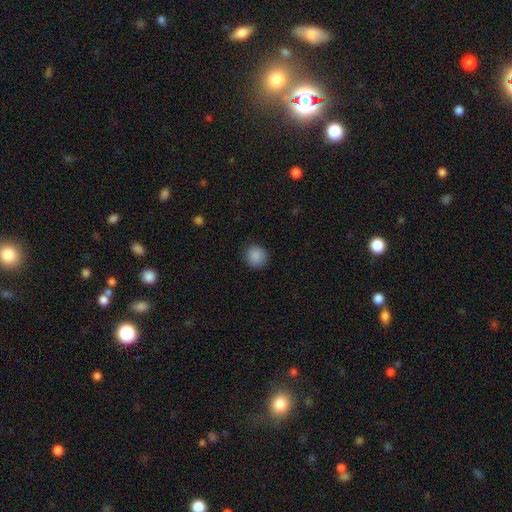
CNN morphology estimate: smooth_or_featured: smooth (p=0.89) [alt: star or artifact p=0.09]
how_rounded: round (p=0.91) [alt: in between p=0.08]
merging: none (p=0.89) [alt: minor disturbance p=0.07]